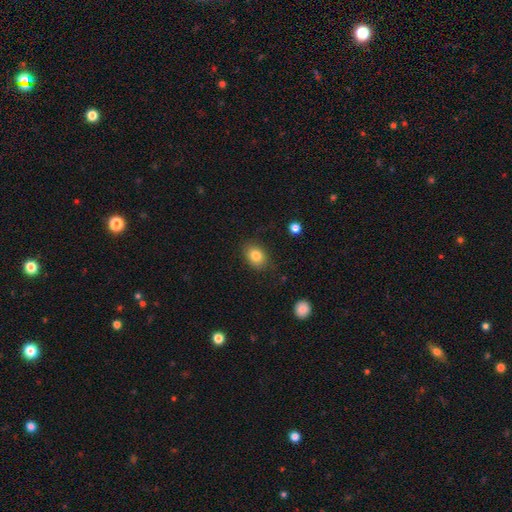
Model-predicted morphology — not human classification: type=smooth (83%); roundness=in between (69%); merging=none (81%).